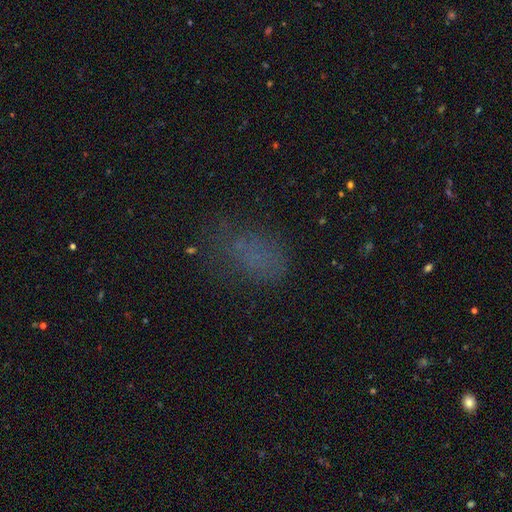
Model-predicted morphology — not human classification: This appears to be a smooth galaxy with no disk features (61%) that is in between round and cigar-shaped (85%). Merging: none (62%).